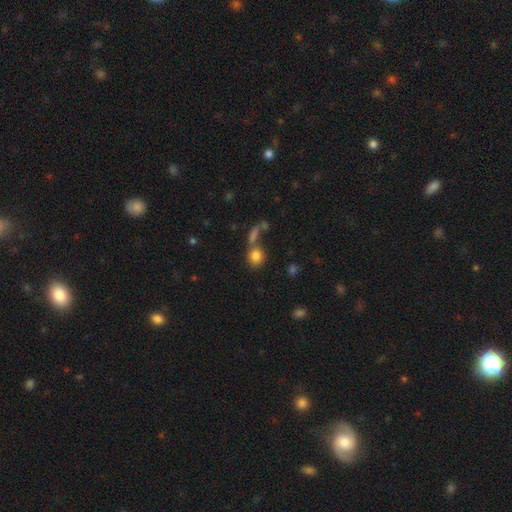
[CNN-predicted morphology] Overall: smooth (82%). How rounded: round (74%). Merging: none (56%; merger 27%).